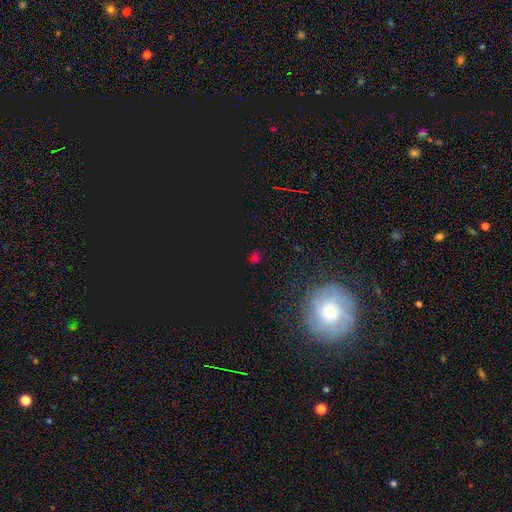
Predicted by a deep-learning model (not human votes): The model was most divided on "smooth or featured": star or artifact: 60%, smooth: 33%, featured or disk: 7%.